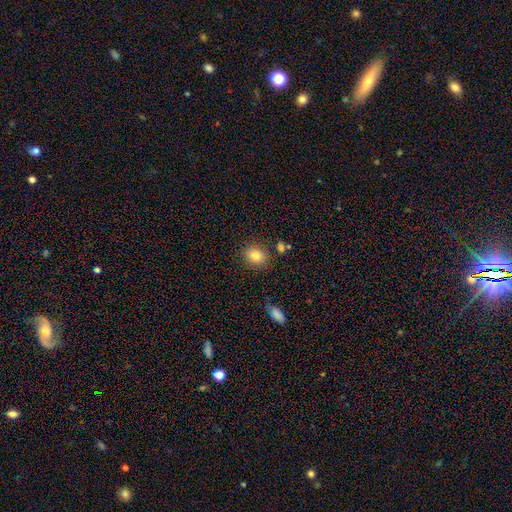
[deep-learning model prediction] Q: Smooth or featured?
A: smooth (81%); runner-up: star or artifact (10%)
Q: How rounded?
A: round (64%); runner-up: in between (35%)
Q: Merging?
A: none (84%); runner-up: minor disturbance (10%)